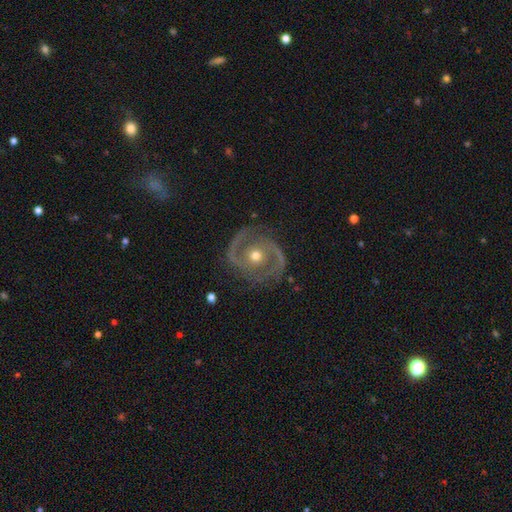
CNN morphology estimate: featured or disk 90%, smooth 5%, star or artifact 5%. Down the decision tree: edge-on disk — no (97%); bar — no (72%); spiral arms — yes (96%); spiral arm count — 2 (87%); spiral winding — medium (47%); bulge size — moderate (73%); merging — none (81%).